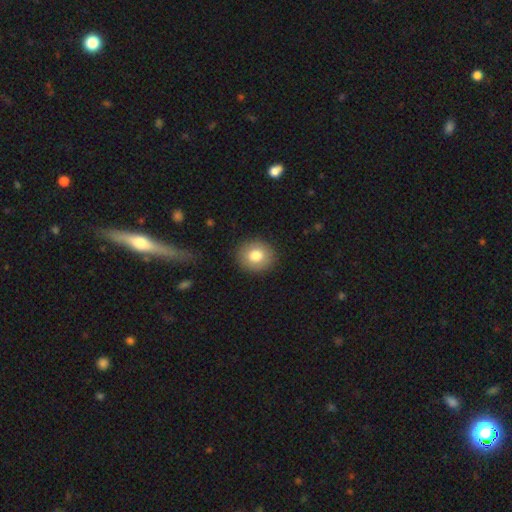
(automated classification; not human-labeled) Q: Smooth or featured?
A: smooth (79%); runner-up: featured or disk (13%)
Q: How rounded?
A: round (79%); runner-up: in between (20%)
Q: Merging?
A: none (90%); runner-up: minor disturbance (7%)